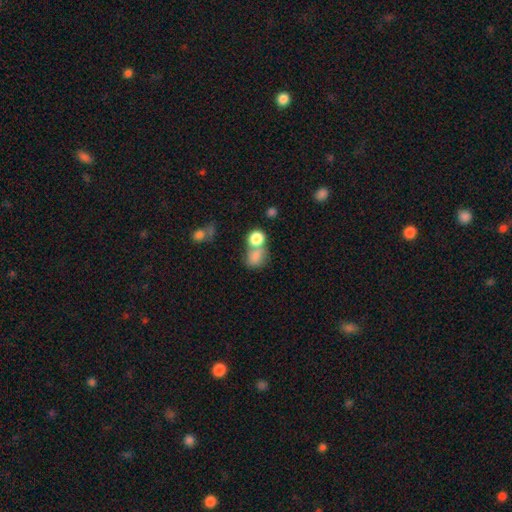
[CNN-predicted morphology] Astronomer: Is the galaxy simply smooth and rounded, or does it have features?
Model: smooth — 78%.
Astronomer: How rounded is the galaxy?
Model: round — 50% (runner-up: in between, 48%).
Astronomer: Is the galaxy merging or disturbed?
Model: merger — 52% (runner-up: none, 30%).